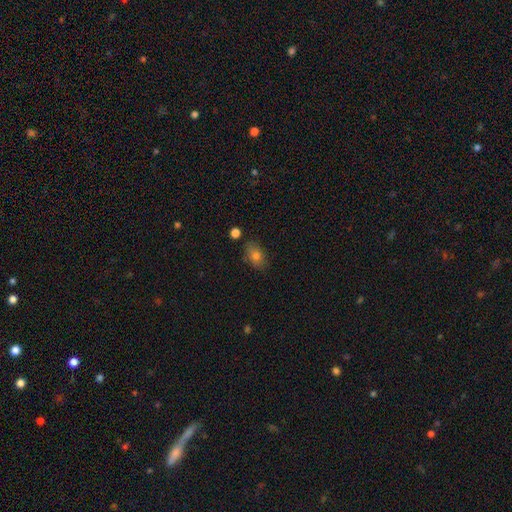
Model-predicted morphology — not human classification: A smooth galaxy with no disk features (77%) that is in between round and cigar-shaped (82%).

Vote fractions:
- Smooth or featured? smooth: 77% / featured or disk: 12% / star or artifact: 11%
- How rounded? in between: 82% / round: 16% / cigar-shaped: 2%
- Merging? none: 79% / minor disturbance: 15% / merger: 3% / major disturbance: 3%